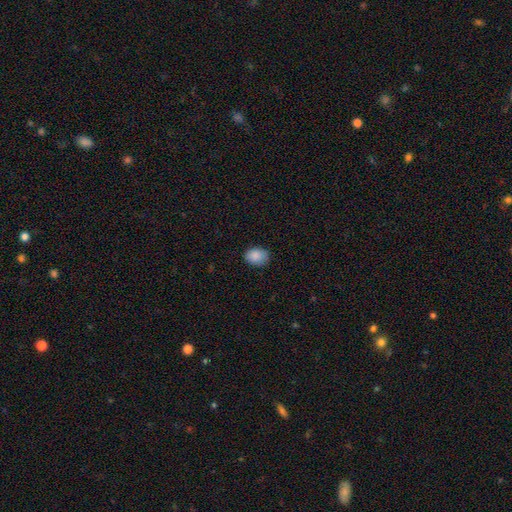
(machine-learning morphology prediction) type=smooth (89%); roundness=in between (62%); merging=none (82%).